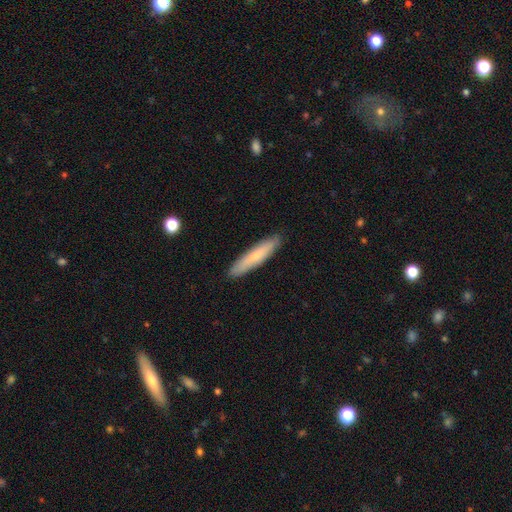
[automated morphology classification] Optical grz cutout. It shows a smooth galaxy with no disk features (70%) that is cigar-shaped (88%). Merging: none (90%).